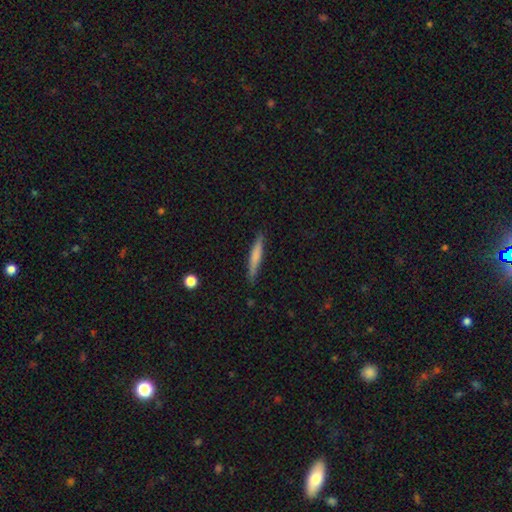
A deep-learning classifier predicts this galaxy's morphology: Smooth or featured?
  - smooth: 66% *
  - featured or disk: 28%
  - star or artifact: 6%
How rounded?
  - cigar-shaped: 93% *
  - in between: 5%
  - round: 1%
Merging?
  - none: 85% *
  - minor disturbance: 11%
  - major disturbance: 2%
  - merger: 1%